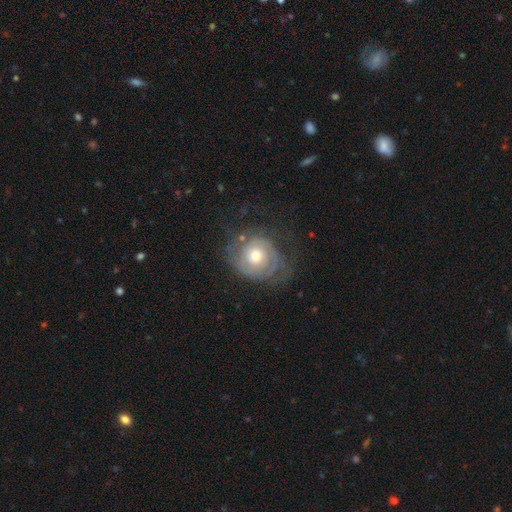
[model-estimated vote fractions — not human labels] A featured or disk galaxy (74%) with no bar (80%), tight (70%) spiral arms (85%) and a moderate central bulge (66%). Merging: none (63%).